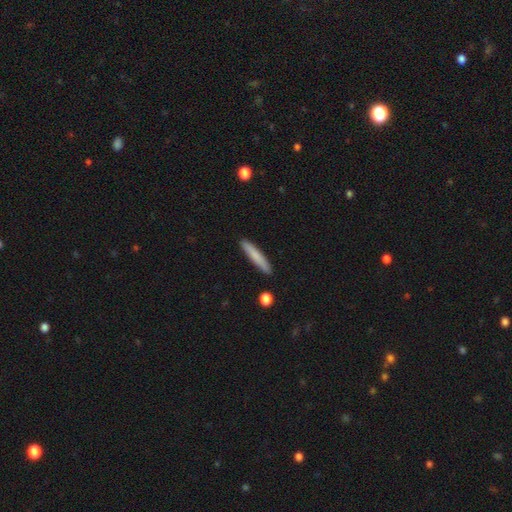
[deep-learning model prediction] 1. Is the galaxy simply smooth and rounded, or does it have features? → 78% smooth, 16% featured or disk, 6% star or artifact.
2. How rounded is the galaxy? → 92% cigar-shaped, 6% in between, 1% round.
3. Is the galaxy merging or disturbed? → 89% none, 7% minor disturbance, 2% merger, 2% major disturbance.